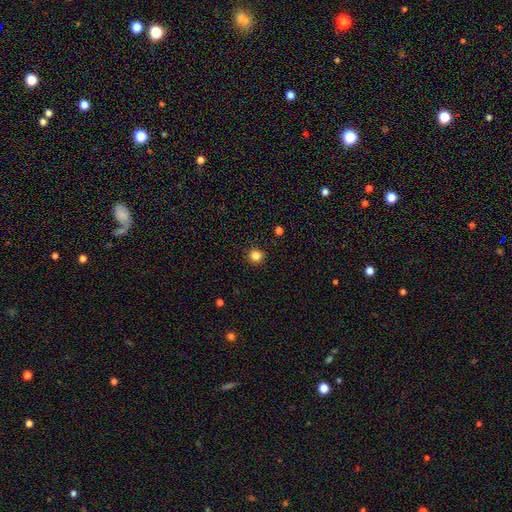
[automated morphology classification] A smooth galaxy with no disk features (84%) that is round (94%). Merging: none (92%).